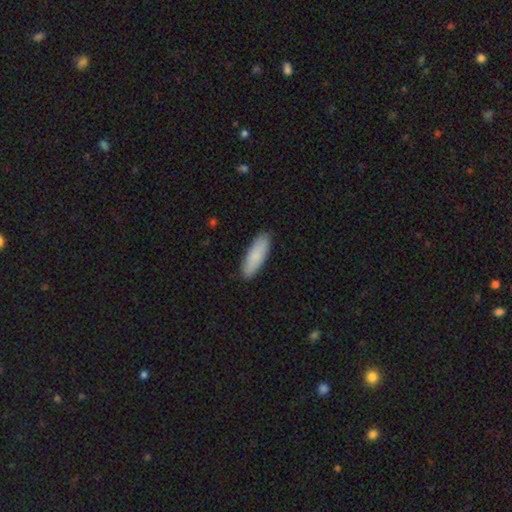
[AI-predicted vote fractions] smooth 87%, featured or disk 7%, star or artifact 5%. Down the decision tree: how rounded — in between (51%); merging — none (90%).